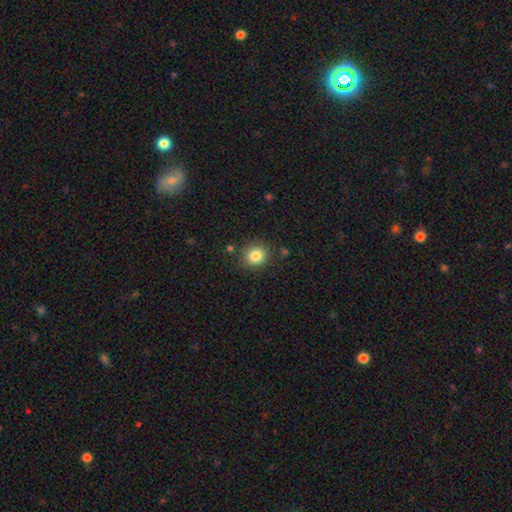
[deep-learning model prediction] Smooth or featured?
  - smooth: 84% *
  - star or artifact: 11%
  - featured or disk: 6%
How rounded?
  - round: 78% *
  - in between: 21%
  - cigar-shaped: 1%
Merging?
  - none: 85% *
  - minor disturbance: 9%
  - major disturbance: 3%
  - merger: 3%